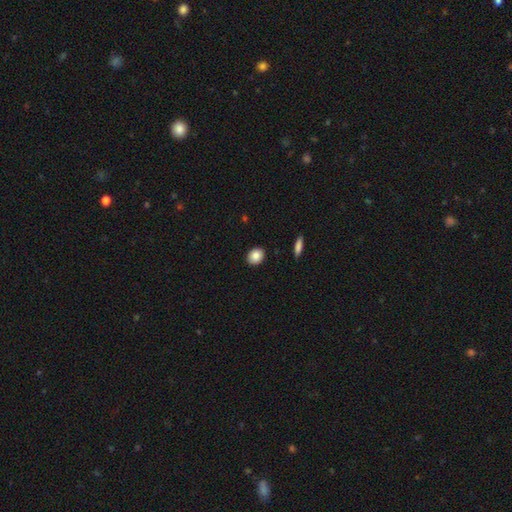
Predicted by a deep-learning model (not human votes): This appears to be a smooth galaxy with no disk features (87%) that is round (53%). Merging: none (90%).